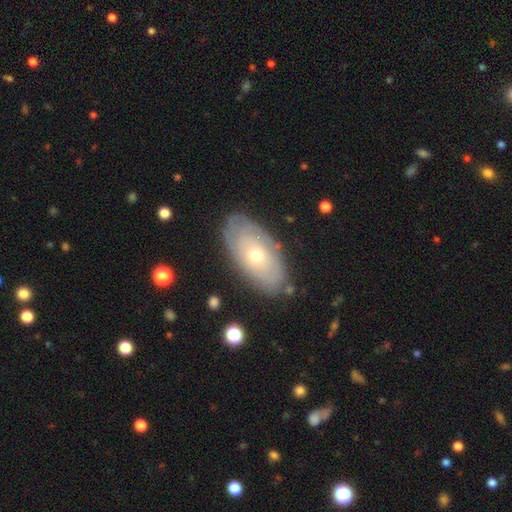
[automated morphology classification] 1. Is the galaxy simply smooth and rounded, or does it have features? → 59% featured or disk, 35% smooth, 7% star or artifact.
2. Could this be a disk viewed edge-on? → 89% no, 11% yes.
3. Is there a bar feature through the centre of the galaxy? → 88% no, 10% weak, 2% strong.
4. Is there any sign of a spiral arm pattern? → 57% yes, 43% no.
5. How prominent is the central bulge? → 49% moderate, 47% small, 2% large, 1% dominant, 1% none.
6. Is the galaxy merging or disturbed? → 81% none, 14% minor disturbance, 4% major disturbance, 2% merger.